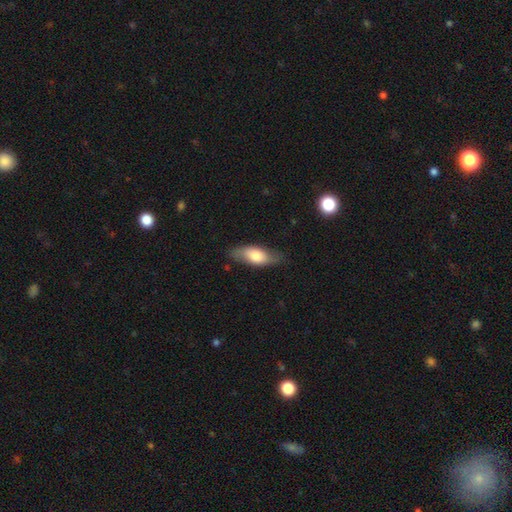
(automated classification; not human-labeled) This is likely a smooth galaxy (67%). How rounded: likely in between (79%). Merging: likely none (75%).